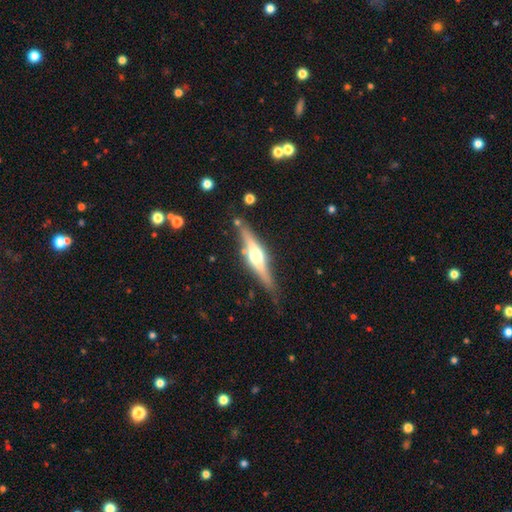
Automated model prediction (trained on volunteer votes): Morphology: type=featured or disk (74%); edge-on=yes (97%); edge-on bulge=rounded (93%); merging=none (80%).